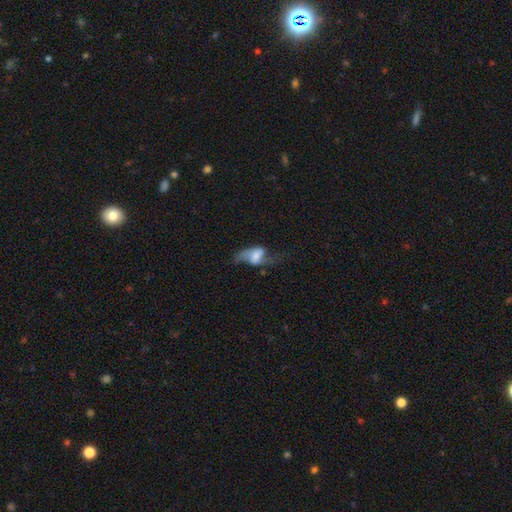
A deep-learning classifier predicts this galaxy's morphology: Overall: featured or disk (56%; smooth 36%). Edge-on disk: no (91%). Bar: no (42%; weak 37%). Spiral arms: yes (75%). Bulge size: moderate (29%; small 27%). Merging: none (38%; major disturbance 35%).